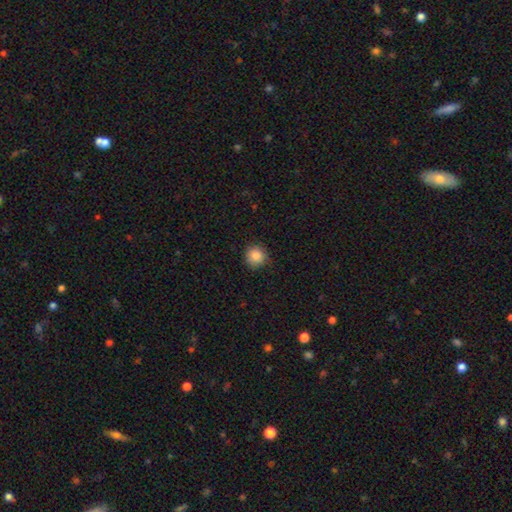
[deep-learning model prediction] Smooth or featured? smooth (87%)
How rounded? round (93%)
Merging? none (87%)